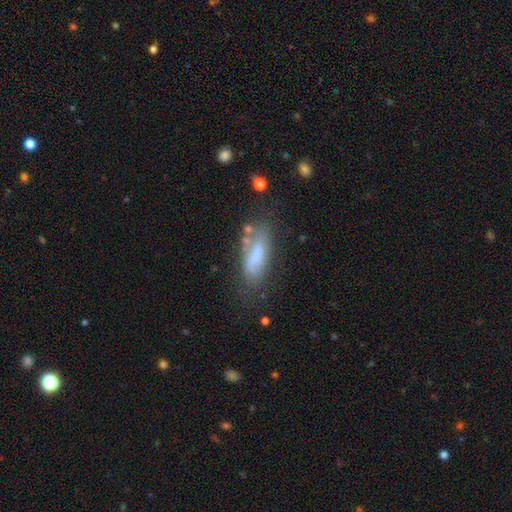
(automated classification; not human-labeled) Smooth or featured? Predicted: smooth (p=0.64). How rounded? Predicted: in between (p=0.70). Merging? Predicted: none (p=0.51).